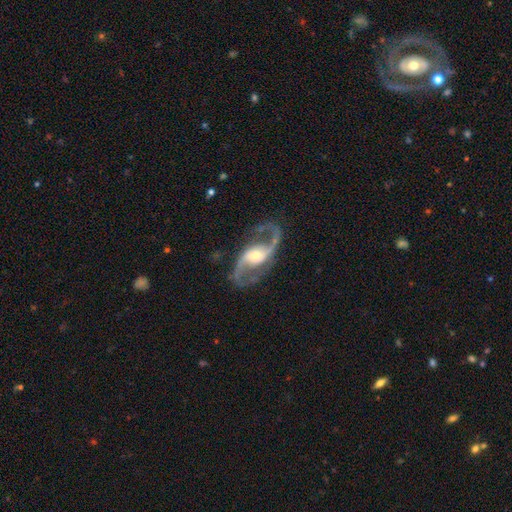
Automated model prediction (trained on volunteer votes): Smooth or featured: featured or disk — 92% (star or artifact — 4%)
Edge-on disk: no — 97% (yes — 3%)
Bar: no — 40% (weak — 35%)
Spiral arms: yes — 97% (no — 3%)
Spiral winding: loose — 53% (medium — 40%)
Spiral arm count: 2 — 94% (1 — 2%)
Bulge size: moderate — 51% (small — 41%)
Merging: none — 80% (minor disturbance — 11%)